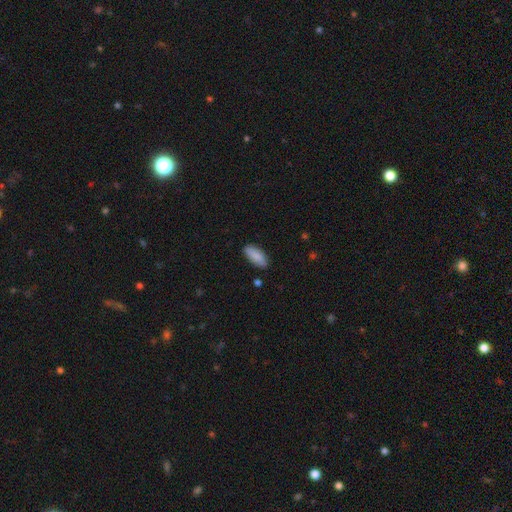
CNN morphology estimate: Smooth or featured: smooth — 87% (featured or disk — 7%)
How rounded: in between — 80% (cigar-shaped — 18%)
Merging: none — 85% (minor disturbance — 11%)